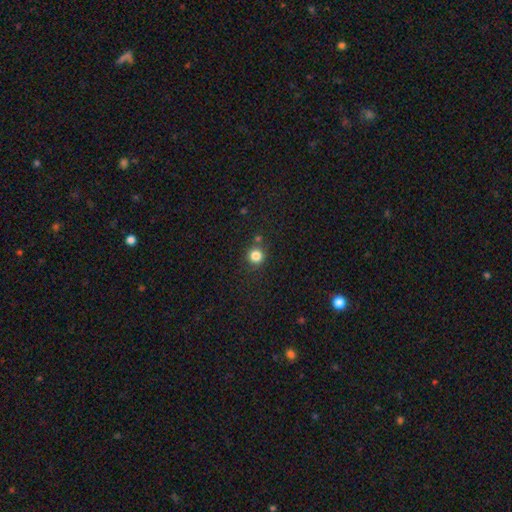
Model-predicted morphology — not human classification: The model was most divided on "smooth or featured": smooth: 83%, star or artifact: 13%, featured or disk: 5%. More confident: how rounded — round (94%); merging — none (82%).